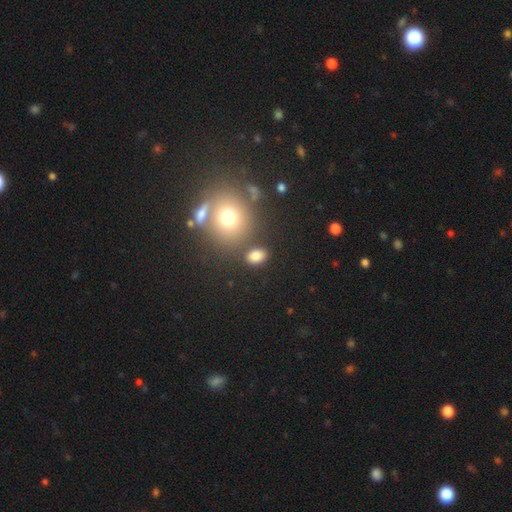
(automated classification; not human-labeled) Smooth or featured?
  - smooth: 81% *
  - star or artifact: 12%
  - featured or disk: 6%
How rounded?
  - in between: 74% *
  - round: 24%
  - cigar-shaped: 2%
Merging?
  - none: 77% *
  - minor disturbance: 11%
  - merger: 8%
  - major disturbance: 4%